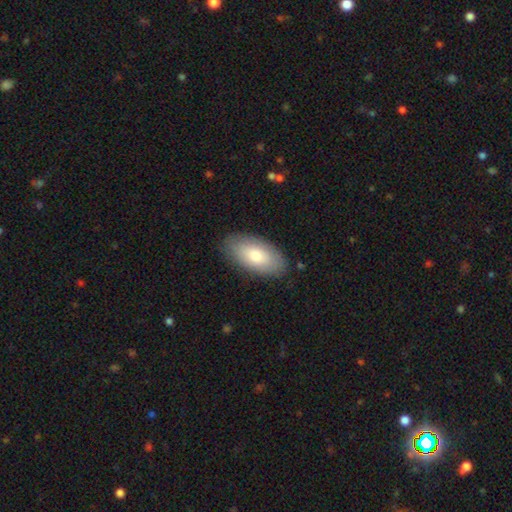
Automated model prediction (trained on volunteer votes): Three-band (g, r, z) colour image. It shows a smooth galaxy with no disk features (77%) that is in between round and cigar-shaped (94%). Merging: none (86%).